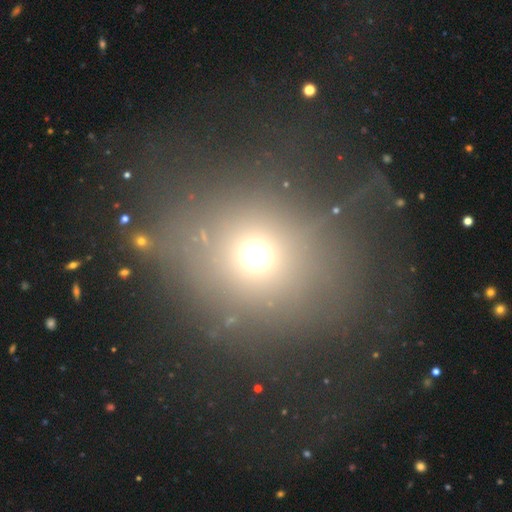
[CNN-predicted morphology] Smooth or featured: smooth — 62% (star or artifact — 25%)
How rounded: round — 79% (in between — 20%)
Merging: none — 67% (minor disturbance — 14%)